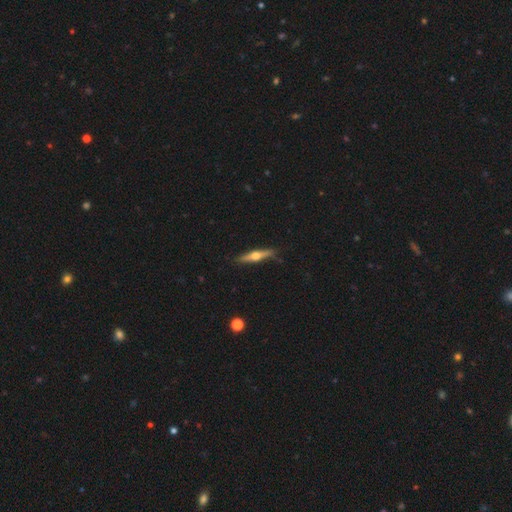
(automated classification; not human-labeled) Smooth or featured: featured or disk — 65% (smooth — 30%)
Edge-on disk: yes — 97% (no — 3%)
Edge-on bulge: rounded — 95% (boxy — 3%)
Merging: none — 87% (minor disturbance — 10%)